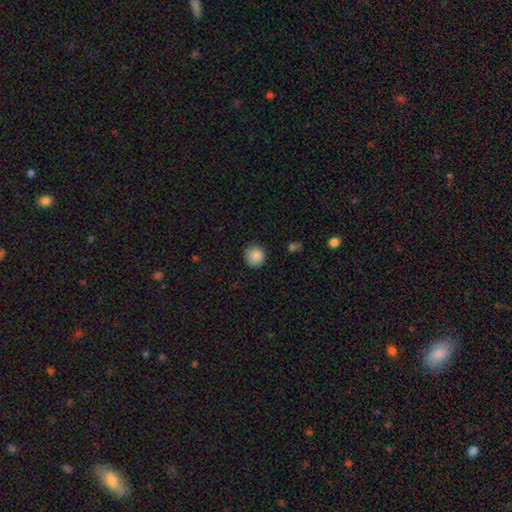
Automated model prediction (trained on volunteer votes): Q: Smooth or featured?
A: smooth (88%); runner-up: star or artifact (9%)
Q: How rounded?
A: round (91%); runner-up: in between (8%)
Q: Merging?
A: none (87%); runner-up: minor disturbance (10%)